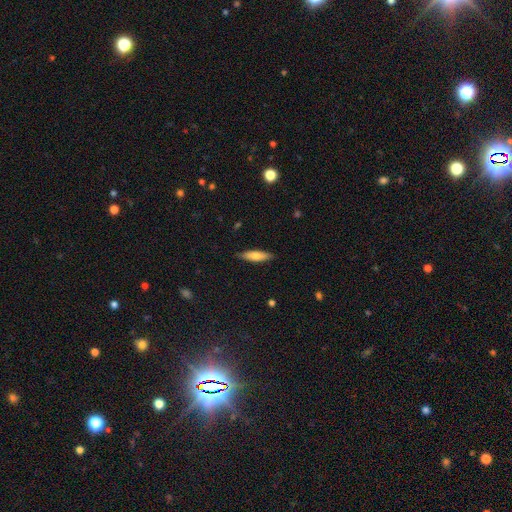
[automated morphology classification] Smooth or featured? smooth (68%)
How rounded? cigar-shaped (63%)
Merging? none (87%)